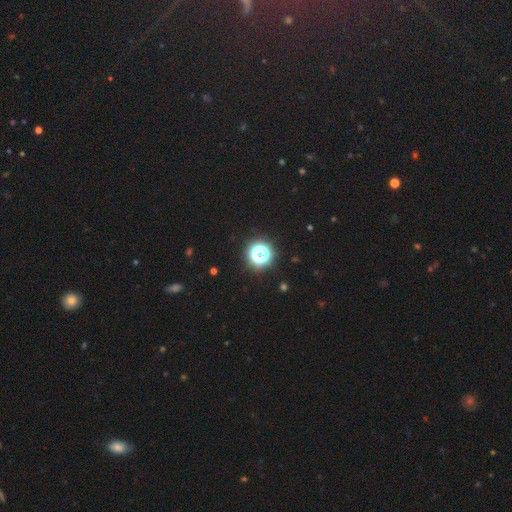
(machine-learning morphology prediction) type=star or artifact (57%).